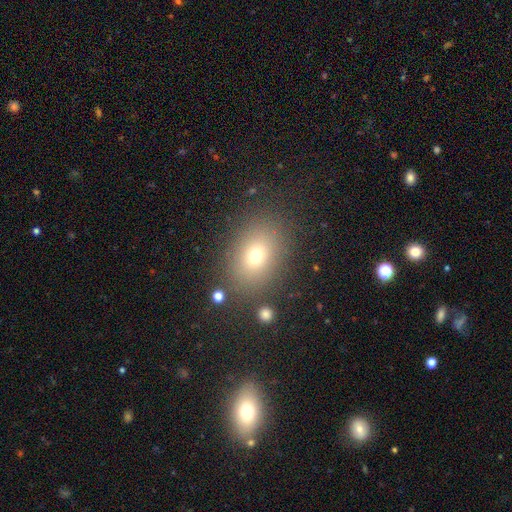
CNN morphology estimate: This is likely a smooth galaxy (70%). How rounded: likely in between (67%). Merging: clearly none (83%).